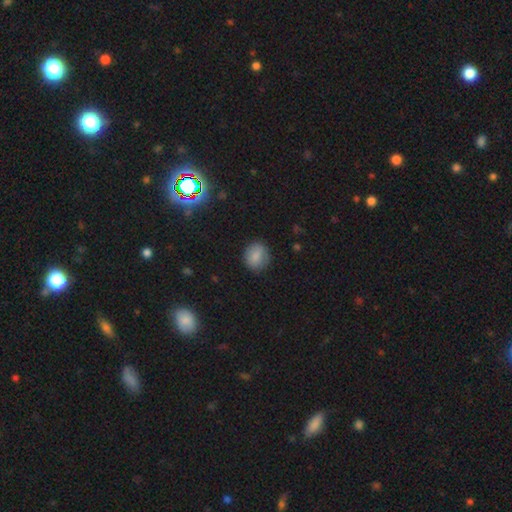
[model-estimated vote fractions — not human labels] This appears to be a smooth galaxy with no disk features (83%) that is round (70%). Merging: none (81%).